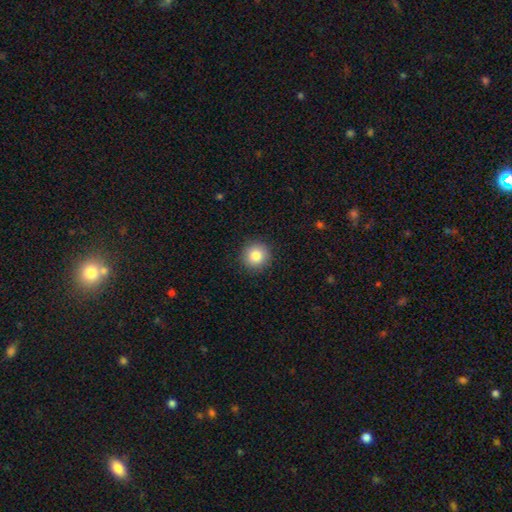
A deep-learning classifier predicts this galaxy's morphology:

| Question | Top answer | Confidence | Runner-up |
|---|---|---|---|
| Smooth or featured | smooth | 84% | star or artifact (9%) |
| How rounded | round | 94% | in between (5%) |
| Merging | none | 92% | minor disturbance (6%) |